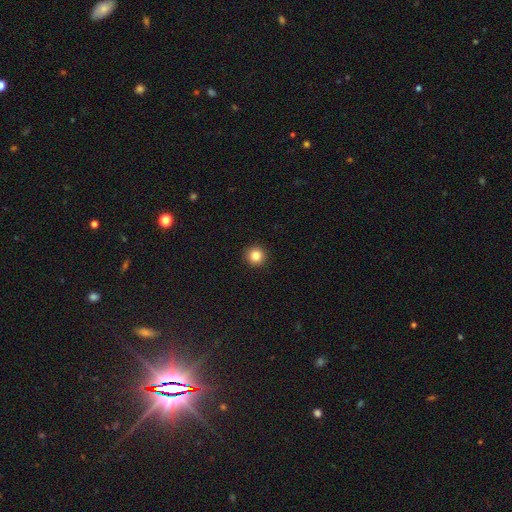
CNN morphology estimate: Smooth or featured? Predicted: smooth (p=0.84). How rounded? Predicted: round (p=0.96). Merging? Predicted: none (p=0.94).